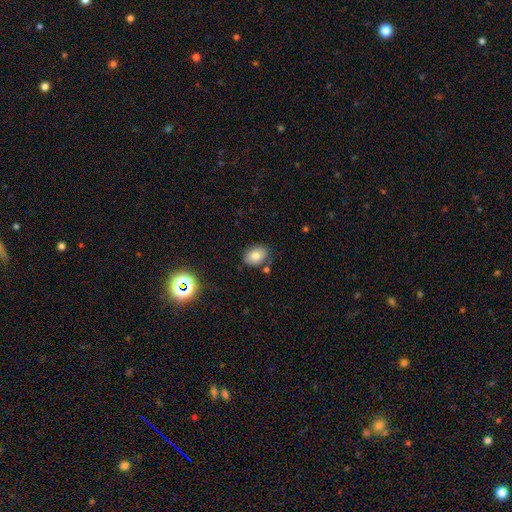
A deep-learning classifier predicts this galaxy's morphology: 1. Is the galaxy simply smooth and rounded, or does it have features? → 78% smooth, 11% star or artifact, 11% featured or disk.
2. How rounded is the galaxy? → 73% in between, 26% round, 1% cigar-shaped.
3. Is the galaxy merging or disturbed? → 78% none, 14% minor disturbance, 5% merger, 3% major disturbance.